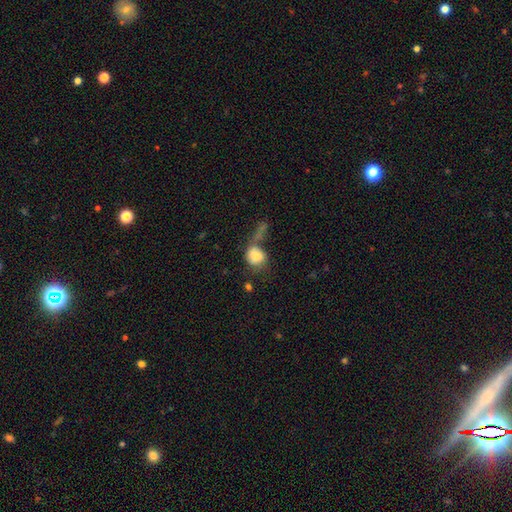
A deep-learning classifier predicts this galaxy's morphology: Smooth or featured? smooth (74%)
How rounded? round (56%)
Merging? merger (31%)